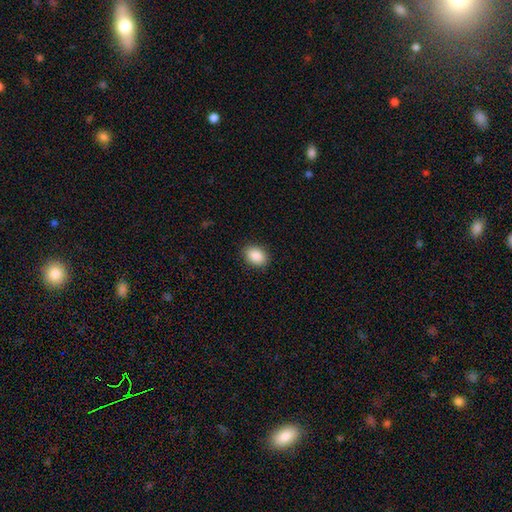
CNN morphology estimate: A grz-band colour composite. It shows a smooth galaxy with no disk features (89%) that is in between round and cigar-shaped (77%). Merging: none (89%).